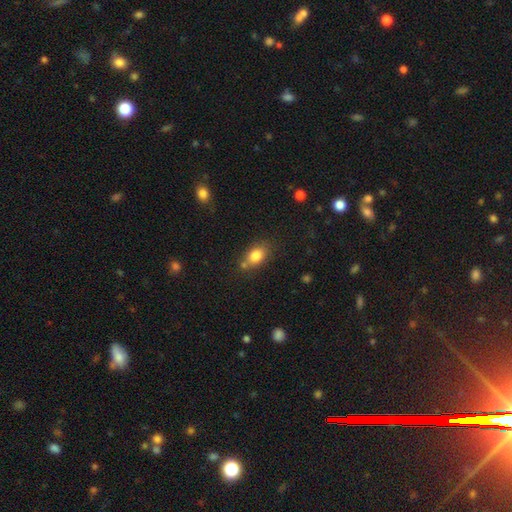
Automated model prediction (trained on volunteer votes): A smooth galaxy with no disk features (81%) that is in between round and cigar-shaped (73%).

Vote fractions:
- Smooth or featured? smooth: 81% / star or artifact: 9% / featured or disk: 9%
- How rounded? in between: 73% / round: 25% / cigar-shaped: 2%
- Merging? none: 66% / minor disturbance: 16% / merger: 14% / major disturbance: 4%